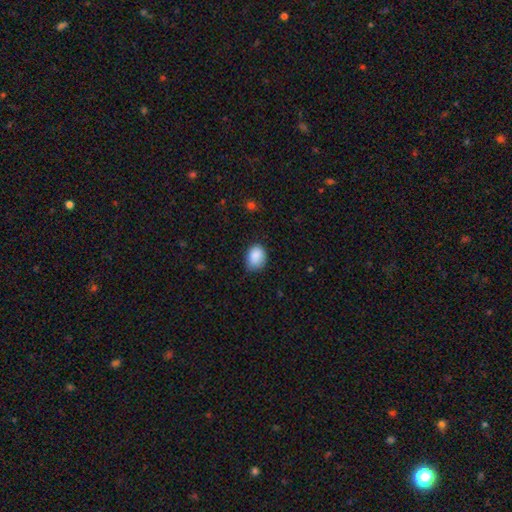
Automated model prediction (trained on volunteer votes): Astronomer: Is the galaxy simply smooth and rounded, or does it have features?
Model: smooth — 88%.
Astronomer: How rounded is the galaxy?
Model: in between — 60% (runner-up: round, 39%).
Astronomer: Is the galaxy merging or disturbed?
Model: none — 64%.